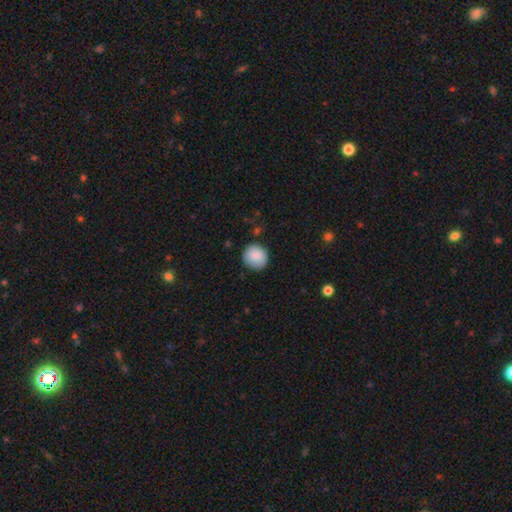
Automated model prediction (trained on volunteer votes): smooth 87%, star or artifact 7%, featured or disk 6%. Down the decision tree: how rounded — round (91%); merging — none (85%).